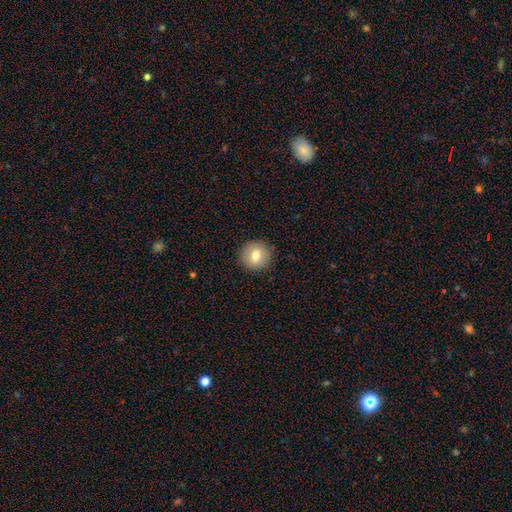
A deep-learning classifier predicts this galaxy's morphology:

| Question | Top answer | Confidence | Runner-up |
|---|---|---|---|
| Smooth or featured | smooth | 77% | featured or disk (14%) |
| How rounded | round | 91% | in between (8%) |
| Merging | none | 90% | minor disturbance (7%) |